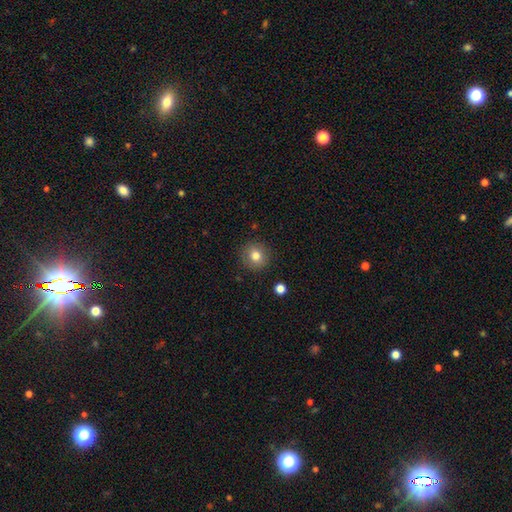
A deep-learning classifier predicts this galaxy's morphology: This is clearly a smooth galaxy (80%). How rounded: clearly round (92%). Merging: clearly none (90%).